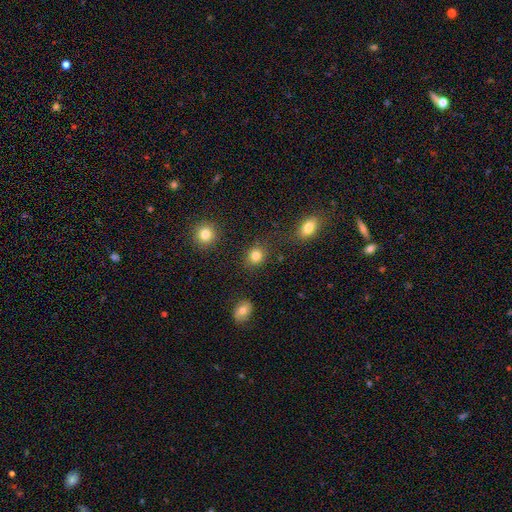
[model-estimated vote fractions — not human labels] Smooth or featured?
  - smooth: 84% *
  - star or artifact: 11%
  - featured or disk: 5%
How rounded?
  - round: 77% *
  - in between: 22%
  - cigar-shaped: 1%
Merging?
  - none: 84% *
  - minor disturbance: 9%
  - merger: 4%
  - major disturbance: 3%